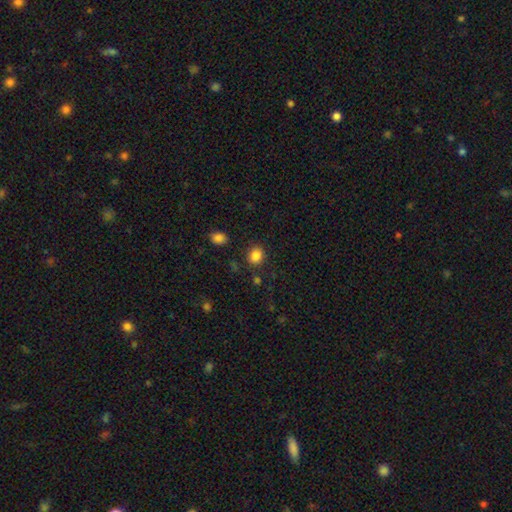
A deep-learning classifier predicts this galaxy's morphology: Smooth or featured: smooth — 85% (star or artifact — 11%)
How rounded: round — 75% (in between — 24%)
Merging: none — 85% (minor disturbance — 9%)